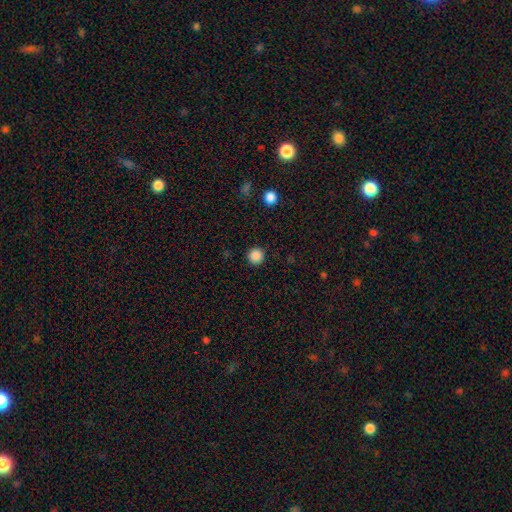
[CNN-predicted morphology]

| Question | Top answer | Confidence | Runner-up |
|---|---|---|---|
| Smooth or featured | smooth | 87% | star or artifact (11%) |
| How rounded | round | 96% | in between (3%) |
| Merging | none | 92% | minor disturbance (5%) |